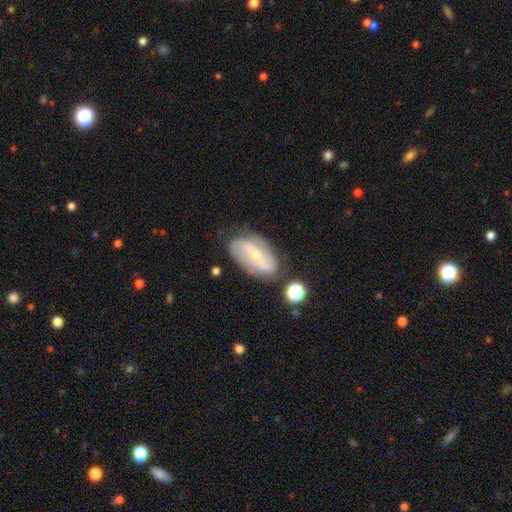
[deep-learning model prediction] This appears to be a featured or disk galaxy (74%) with no bar (40%), 2 (78%) loose (49%) spiral arms (87%) and a small central bulge (73%). Merging: none (71%).